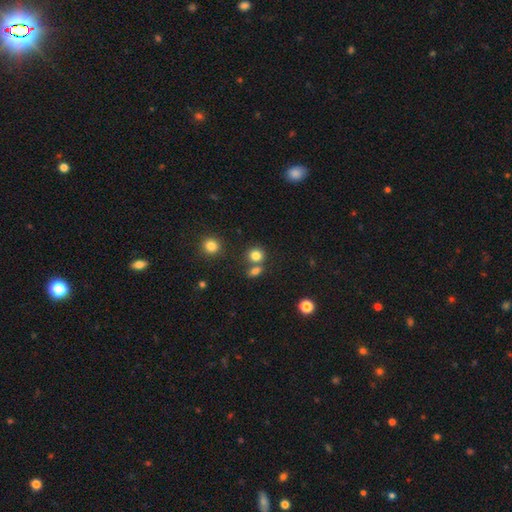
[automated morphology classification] smooth-or-featured: smooth: 82% | star or artifact: 12% | featured or disk: 6%
  how-rounded: round: 79% | in between: 20% | cigar-shaped: 1%
  merging: none: 63% | merger: 25% | minor disturbance: 9% | major disturbance: 3%